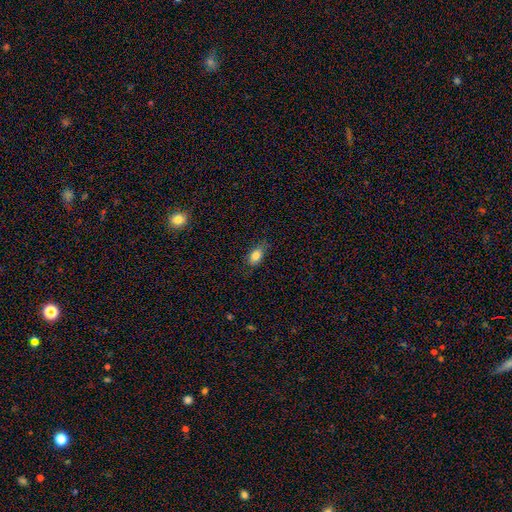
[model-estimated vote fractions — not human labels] Smooth or featured? smooth (83%)
How rounded? in between (85%)
Merging? none (74%)